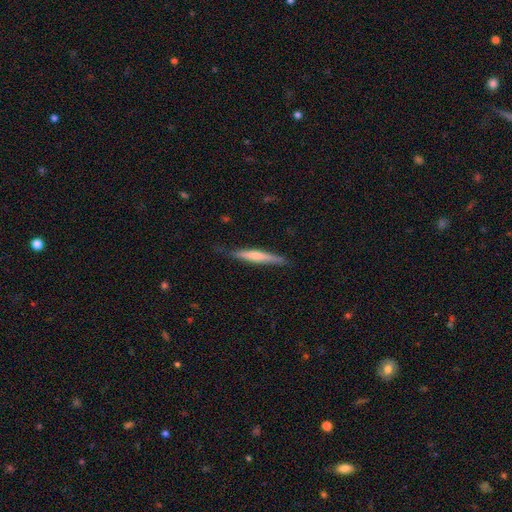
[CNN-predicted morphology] Smooth or featured: featured or disk — 50% (smooth — 44%)
Merging: none — 82% (minor disturbance — 15%)